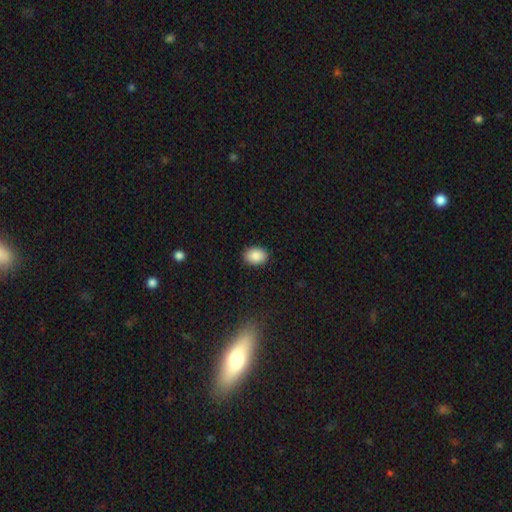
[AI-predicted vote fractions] A smooth galaxy with no disk features (88%) that is in between round and cigar-shaped (75%).

Vote fractions:
- Smooth or featured? smooth: 88% / star or artifact: 8% / featured or disk: 4%
- How rounded? in between: 75% / round: 24% / cigar-shaped: 1%
- Merging? none: 89% / minor disturbance: 8% / major disturbance: 2% / merger: 1%